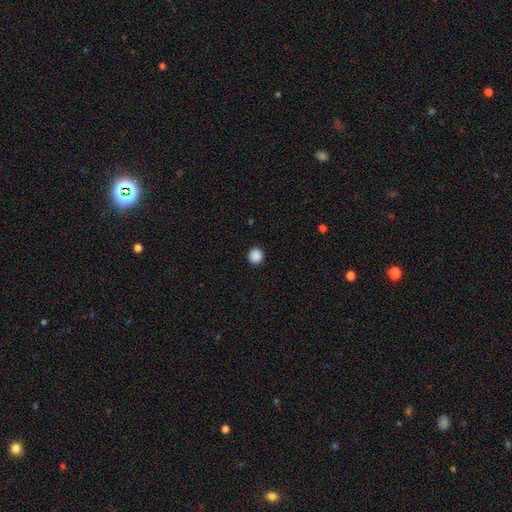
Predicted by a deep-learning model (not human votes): Morphology: type=smooth (89%); roundness=round (93%); merging=none (93%).